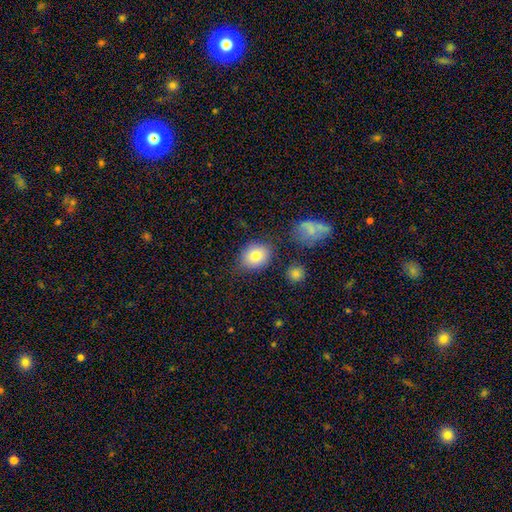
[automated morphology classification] A smooth galaxy with no disk features (80%) that is in between round and cigar-shaped (52%). Merging: none (75%).